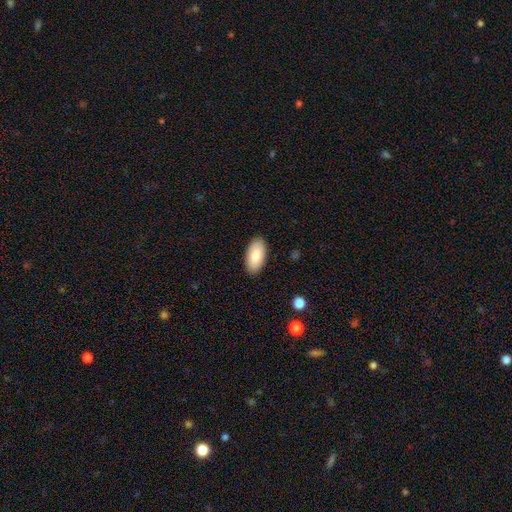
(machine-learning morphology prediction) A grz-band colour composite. It shows a smooth galaxy with no disk features (86%) that is in between round and cigar-shaped (95%). Merging: none (89%).